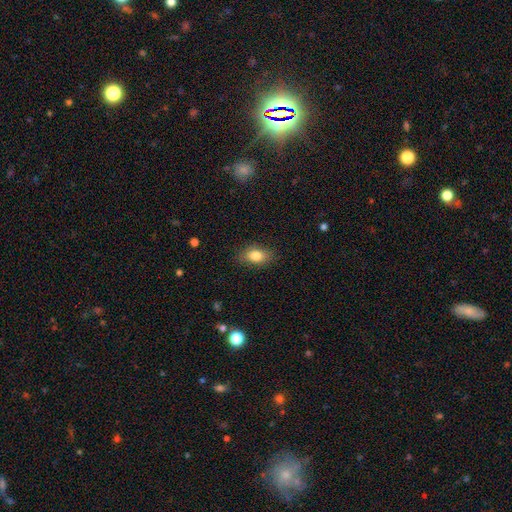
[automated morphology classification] This appears to be a smooth galaxy with no disk features (81%) that is in between round and cigar-shaped (84%). Merging: none (85%).